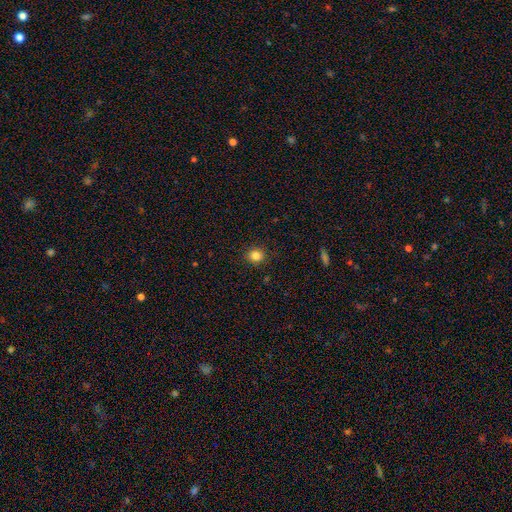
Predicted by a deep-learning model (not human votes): Smooth or featured: smooth — 83% (star or artifact — 12%)
How rounded: round — 87% (in between — 12%)
Merging: none — 91% (minor disturbance — 6%)